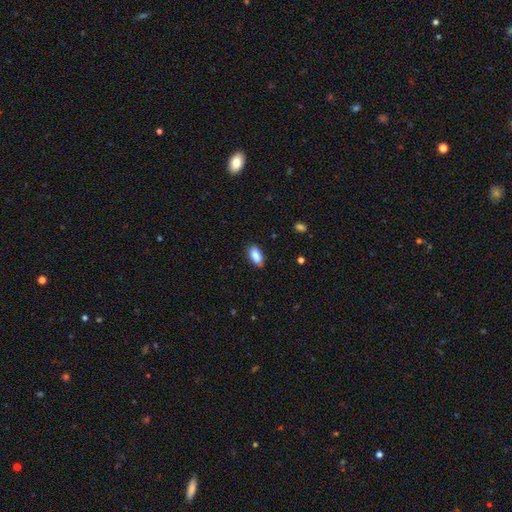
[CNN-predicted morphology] type=smooth (87%); roundness=in between (89%); merging=none (82%).